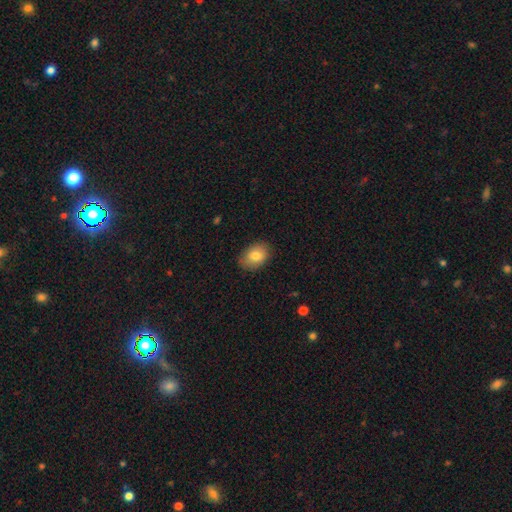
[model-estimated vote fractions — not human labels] smooth-or-featured: smooth: 80% | featured or disk: 12% | star or artifact: 8%
  how-rounded: in between: 79% | round: 19% | cigar-shaped: 1%
  merging: none: 86% | minor disturbance: 11% | major disturbance: 2% | merger: 1%